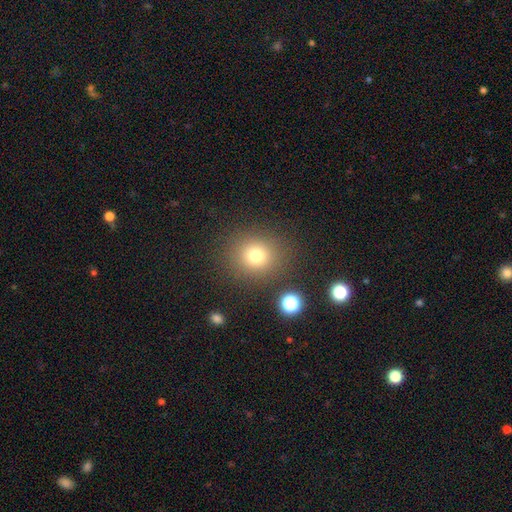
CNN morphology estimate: This appears to be a smooth galaxy with no disk features (75%) that is round (83%). Merging: none (85%).